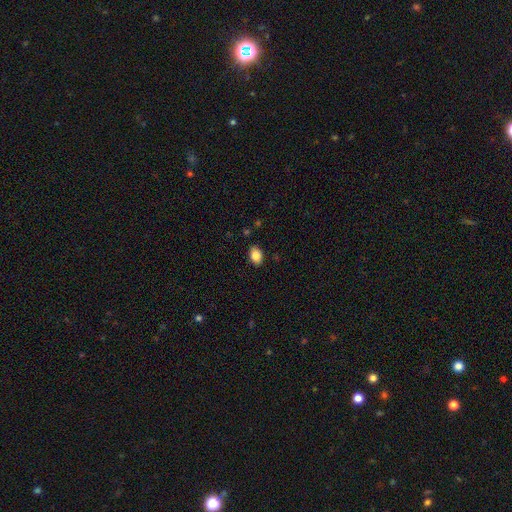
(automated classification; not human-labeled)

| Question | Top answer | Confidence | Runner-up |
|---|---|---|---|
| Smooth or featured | smooth | 86% | star or artifact (8%) |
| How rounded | in between | 83% | round (16%) |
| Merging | none | 87% | minor disturbance (9%) |